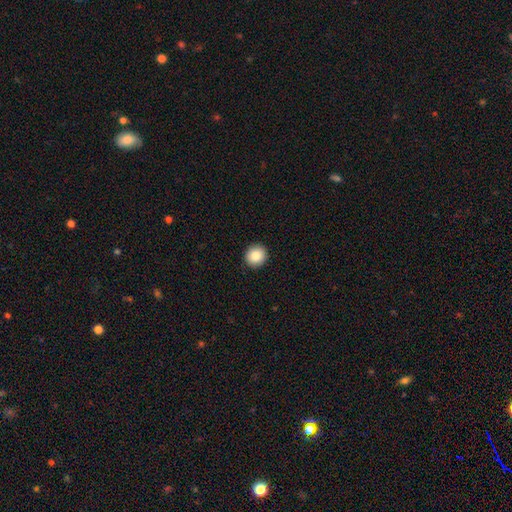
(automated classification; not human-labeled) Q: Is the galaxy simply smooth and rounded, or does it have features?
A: smooth — 85%.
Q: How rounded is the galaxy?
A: round — 91%.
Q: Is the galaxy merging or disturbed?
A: none — 92%.